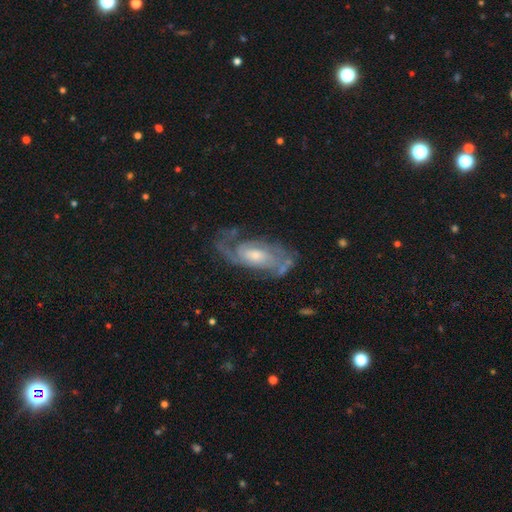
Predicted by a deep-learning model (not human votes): A featured or disk galaxy (86%) with no bar (55%), 2 (65%) medium (43%, tied with tight) spiral arms (95%) and a moderate central bulge (50%). Merging: none (67%).